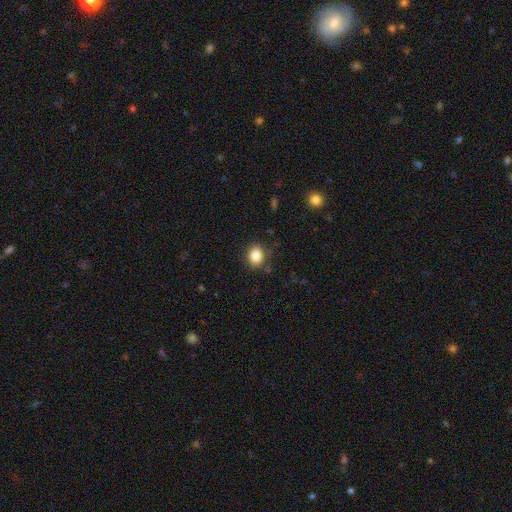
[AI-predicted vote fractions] Q: Smooth or featured?
A: smooth (85%); runner-up: star or artifact (10%)
Q: How rounded?
A: round (55%); runner-up: in between (44%)
Q: Merging?
A: none (84%); runner-up: minor disturbance (11%)